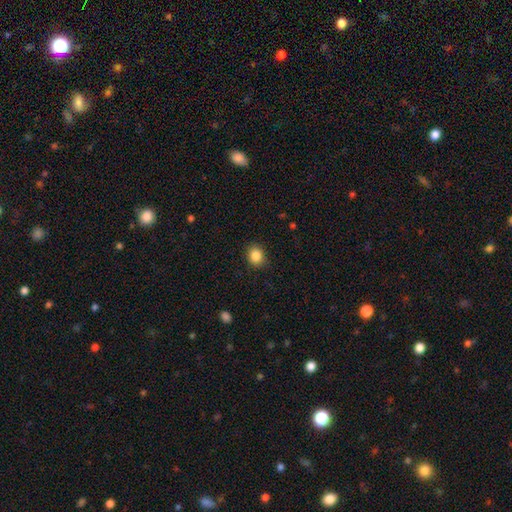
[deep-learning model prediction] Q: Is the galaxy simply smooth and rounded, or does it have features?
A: smooth — 86%.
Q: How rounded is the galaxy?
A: round — 59%.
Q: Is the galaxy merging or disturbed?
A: none — 86%.